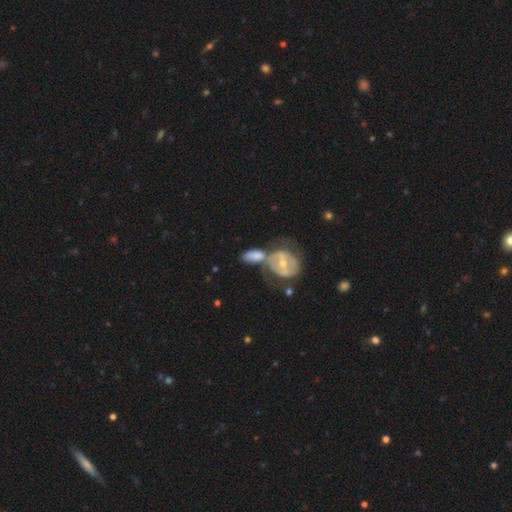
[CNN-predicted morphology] Q: Smooth or featured?
A: smooth (50%); runner-up: featured or disk (44%)
Q: Merging?
A: merger (44%); runner-up: none (30%)